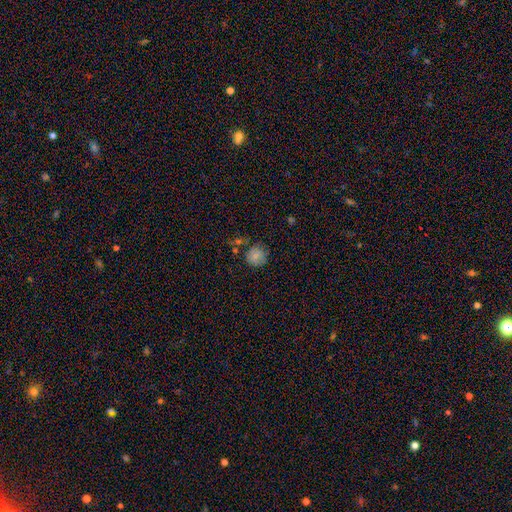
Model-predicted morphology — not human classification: This appears to be a smooth galaxy with no disk features (80%) that is round (89%). Merging: none (74%).